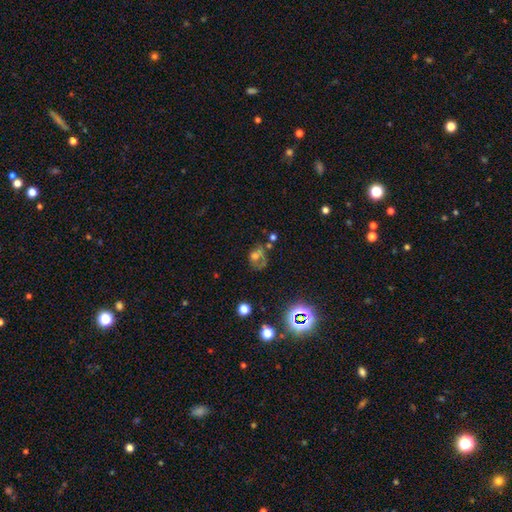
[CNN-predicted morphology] Smooth or featured: smooth — 44% (featured or disk — 33%)
Merging: major disturbance — 35% (none — 31%)